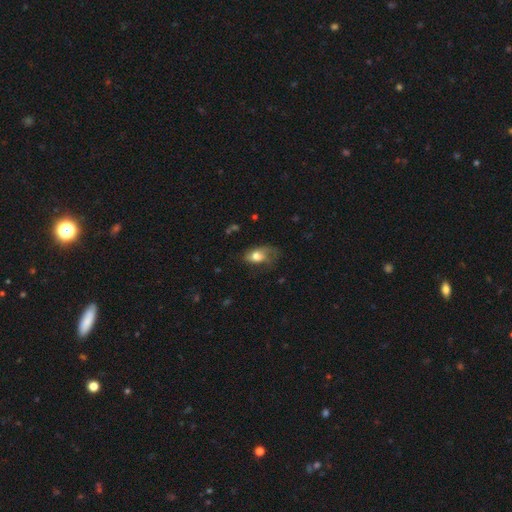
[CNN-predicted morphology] A smooth galaxy with no disk features (63%) that is in between round and cigar-shaped (86%). Merging: major disturbance (35%).